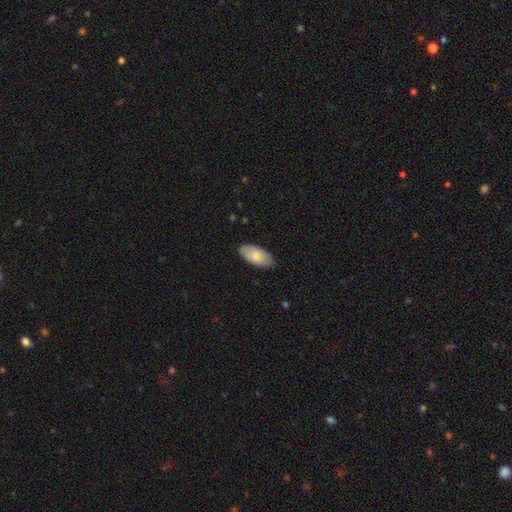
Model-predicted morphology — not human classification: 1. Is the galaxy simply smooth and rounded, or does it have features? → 78% smooth, 16% featured or disk, 6% star or artifact.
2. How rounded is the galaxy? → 94% in between, 4% cigar-shaped, 2% round.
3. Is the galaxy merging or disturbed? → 81% none, 15% minor disturbance, 2% major disturbance, 1% merger.